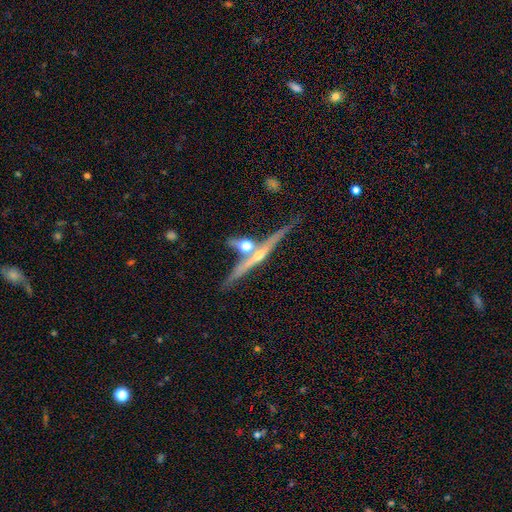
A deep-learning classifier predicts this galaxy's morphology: The model was most divided on "merging": none: 69%, merger: 18%, minor disturbance: 10%, major disturbance: 3%. More confident: edge-on disk — yes (97%); edge-on bulge — rounded (78%); smooth or featured — featured or disk (76%).